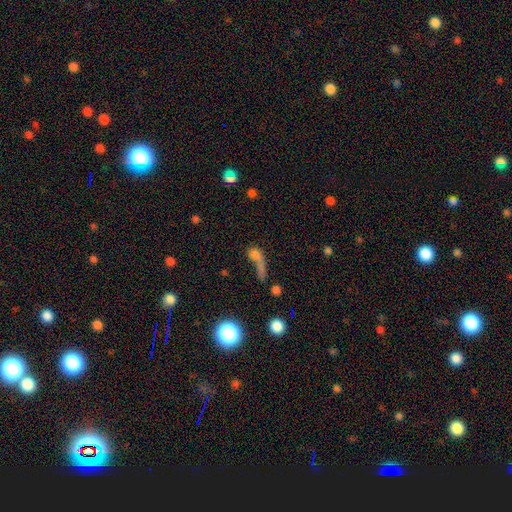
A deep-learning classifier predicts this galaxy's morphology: type=smooth (59%); roundness=in between (41%); merging=merger (33%).